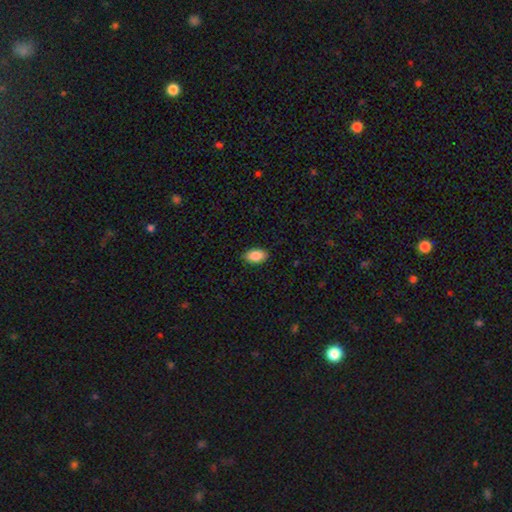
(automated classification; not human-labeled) Smooth or featured? smooth (89%)
How rounded? in between (93%)
Merging? none (85%)